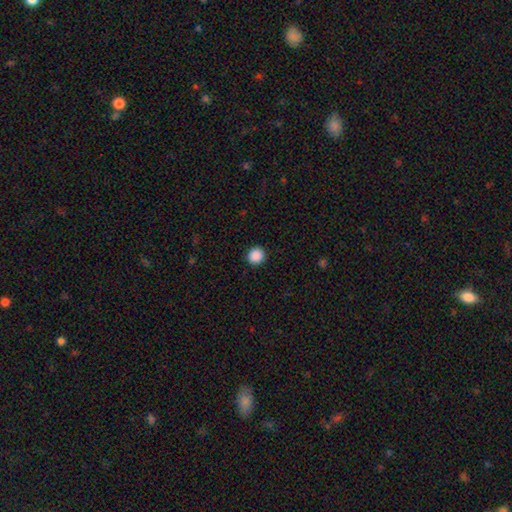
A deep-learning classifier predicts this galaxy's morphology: Smooth or featured: smooth — 89% (star or artifact — 9%)
How rounded: round — 94% (in between — 5%)
Merging: none — 93% (minor disturbance — 5%)